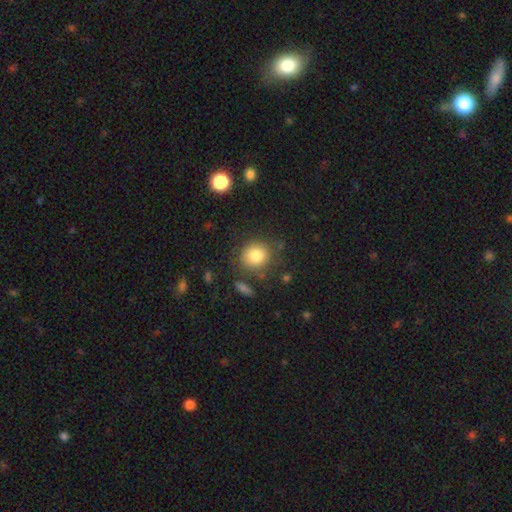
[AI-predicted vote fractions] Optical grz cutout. It shows a smooth galaxy with no disk features (82%) that is round (84%). Merging: none (77%).